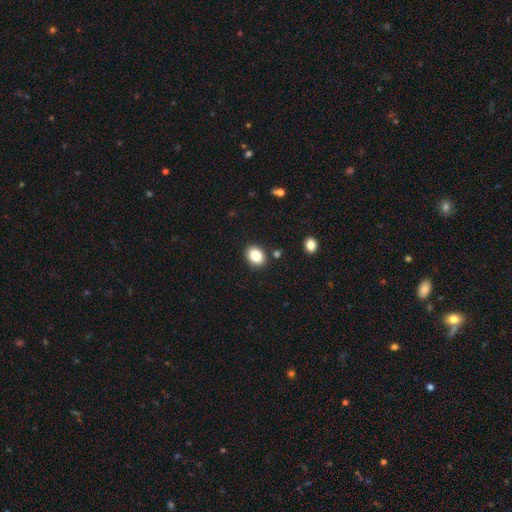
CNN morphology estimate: Smooth or featured: smooth — 85% (star or artifact — 9%)
How rounded: in between — 61% (round — 38%)
Merging: none — 86% (minor disturbance — 8%)